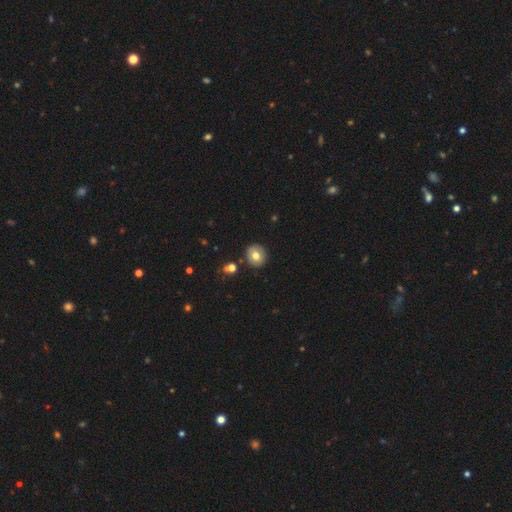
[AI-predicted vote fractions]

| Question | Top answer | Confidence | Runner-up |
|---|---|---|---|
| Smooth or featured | smooth | 74% | featured or disk (15%) |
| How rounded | round | 86% | in between (13%) |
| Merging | none | 87% | minor disturbance (7%) |